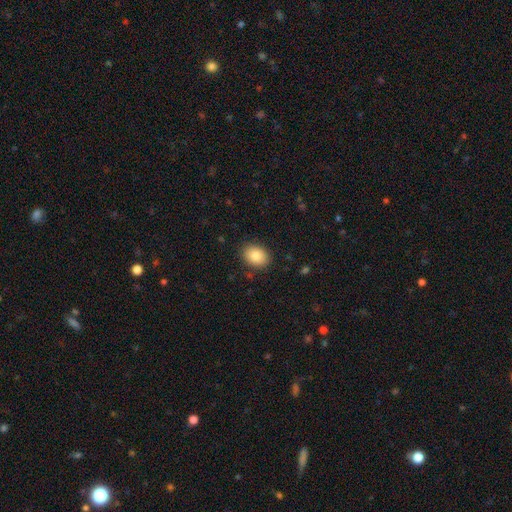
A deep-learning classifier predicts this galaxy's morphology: Smooth or featured?
  - smooth: 85% *
  - star or artifact: 8%
  - featured or disk: 7%
How rounded?
  - in between: 67% *
  - round: 33%
  - cigar-shaped: 1%
Merging?
  - none: 87% *
  - minor disturbance: 9%
  - major disturbance: 2%
  - merger: 1%